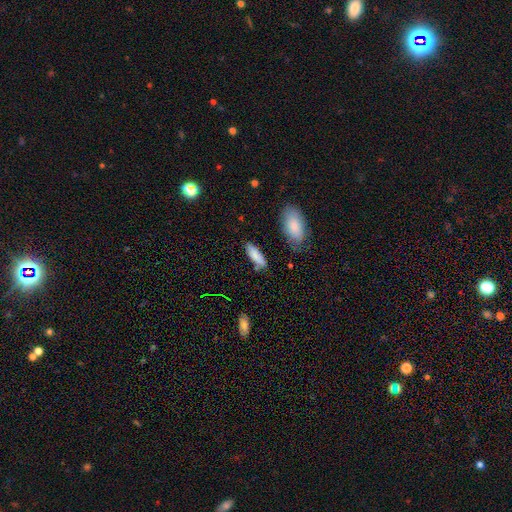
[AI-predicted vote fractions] This is clearly a smooth galaxy (83%). How rounded: possibly in between (57%). Merging: likely none (75%).